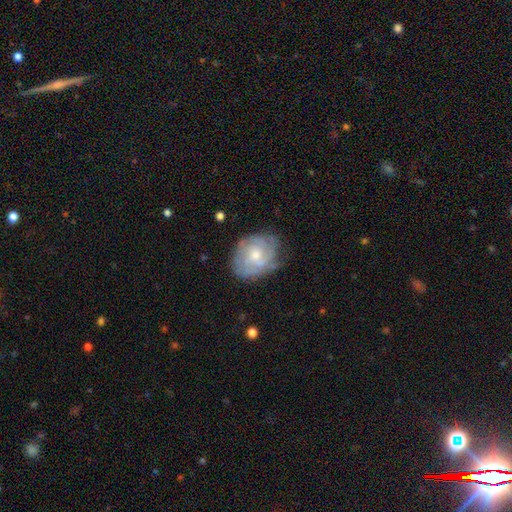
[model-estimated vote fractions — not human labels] Morphology: type=featured or disk (69%); edge-on=no (97%); bar=no (74%); spiral arms=yes (83%); winding=tight (59%); arm count=can't tell (52%); bulge=moderate (53%); merging=none (68%).